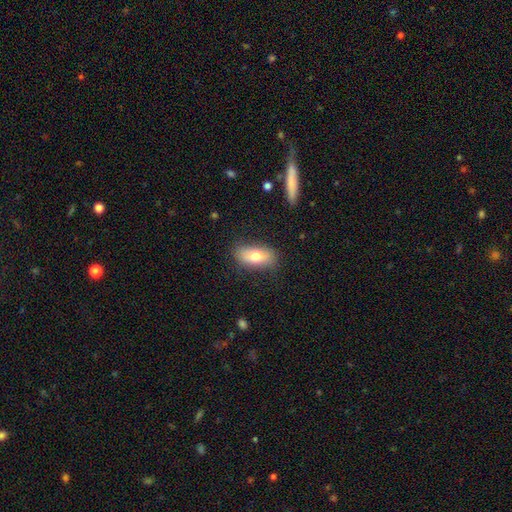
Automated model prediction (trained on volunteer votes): A smooth galaxy with no disk features (70%) that is in between round and cigar-shaped (87%). Merging: none (80%).